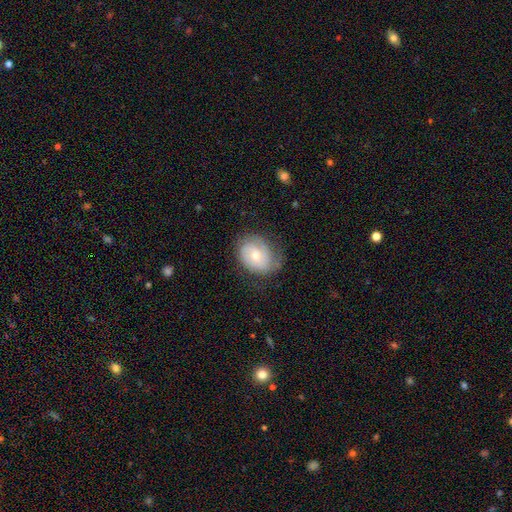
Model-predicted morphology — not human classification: featured or disk 52%, smooth 41%, star or artifact 7%. Down the decision tree: edge-on disk — no (96%); bar — no (63%); spiral arms — yes (82%); bulge size — moderate (62%); merging — none (61%).